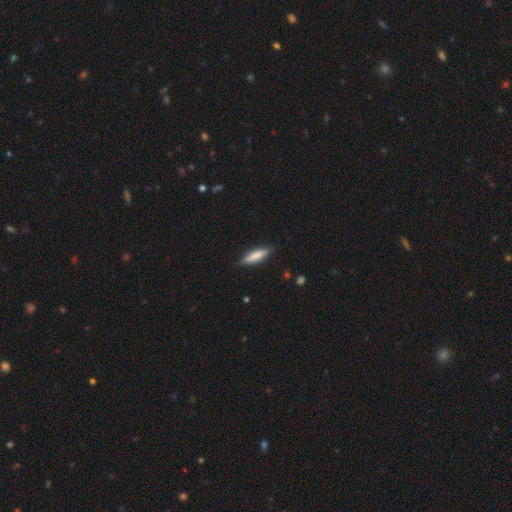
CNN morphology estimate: This is likely a smooth galaxy (77%). How rounded: likely cigar-shaped (69%). Merging: clearly none (86%).